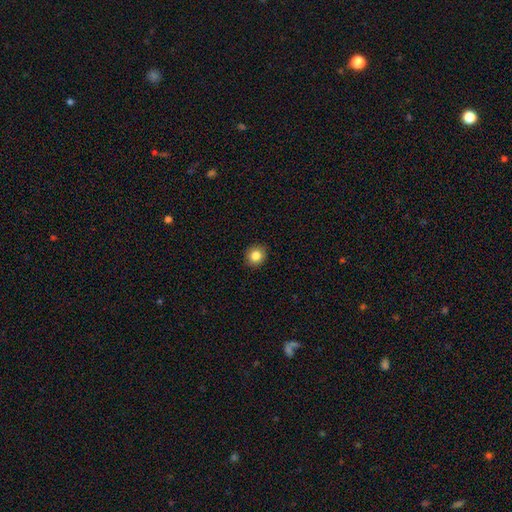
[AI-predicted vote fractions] Smooth or featured? Predicted: smooth (p=0.84). How rounded? Predicted: round (p=0.88). Merging? Predicted: none (p=0.91).